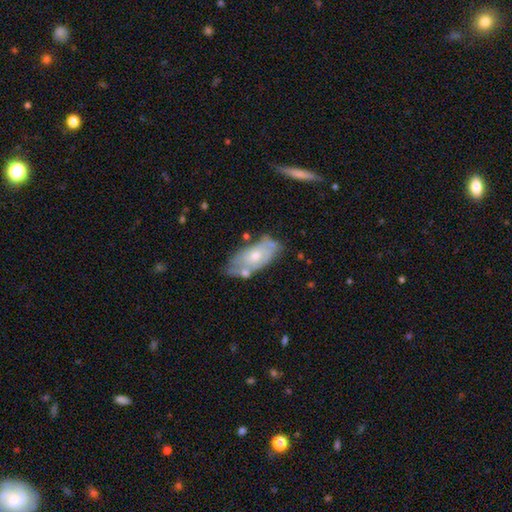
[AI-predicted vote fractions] The model was most divided on "spiral arms": yes: 54%, no: 46%. More confident: edge-on disk — no (88%); bar — no (82%); bulge size — moderate (61%); smooth or featured — featured or disk (57%); merging — none (52%).